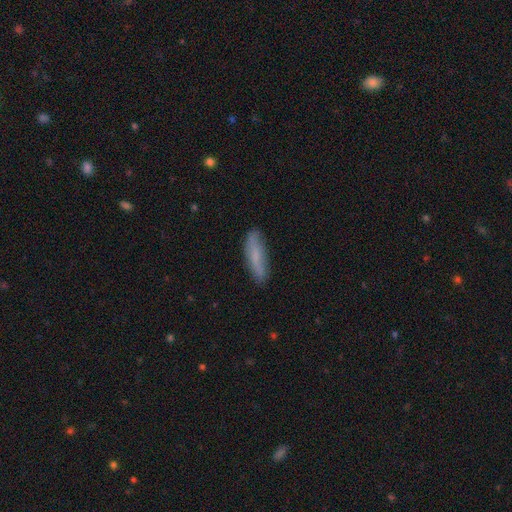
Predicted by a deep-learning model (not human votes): Smooth or featured?
  - smooth: 70% *
  - featured or disk: 23%
  - star or artifact: 7%
How rounded?
  - cigar-shaped: 72% *
  - in between: 27%
  - round: 2%
Merging?
  - none: 80% *
  - minor disturbance: 16%
  - major disturbance: 3%
  - merger: 1%